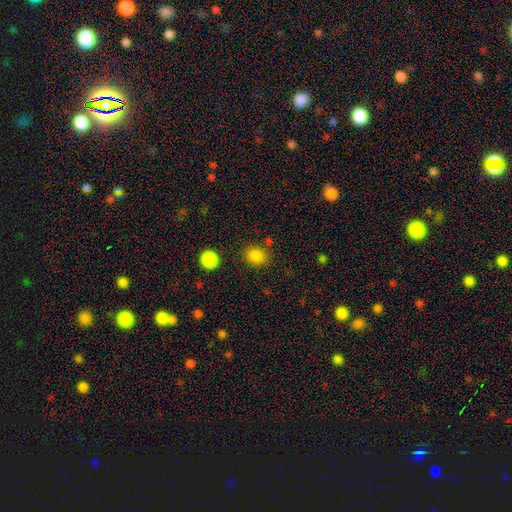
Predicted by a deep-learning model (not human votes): Morphology: type=smooth (85%); roundness=round (66%); merging=none (80%).